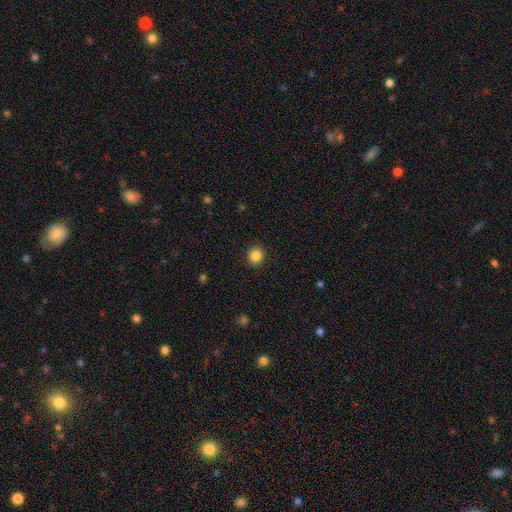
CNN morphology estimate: type=smooth (86%); roundness=round (88%); merging=none (92%).